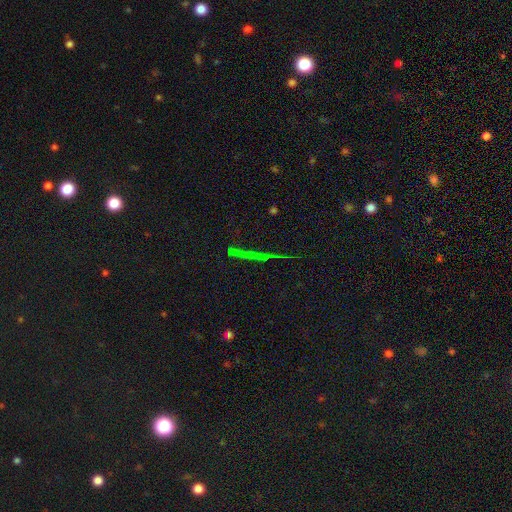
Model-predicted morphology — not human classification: This is possibly a star or artifact rather than a galaxy (59%).